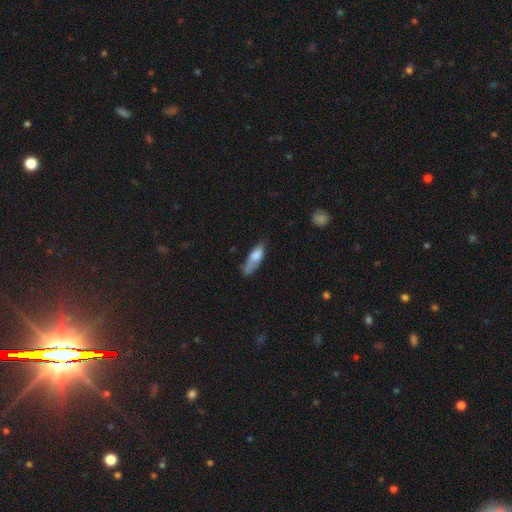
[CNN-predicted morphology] This appears to be a smooth galaxy with no disk features (74%) that is in between round and cigar-shaped (52%). Merging: none (48%).